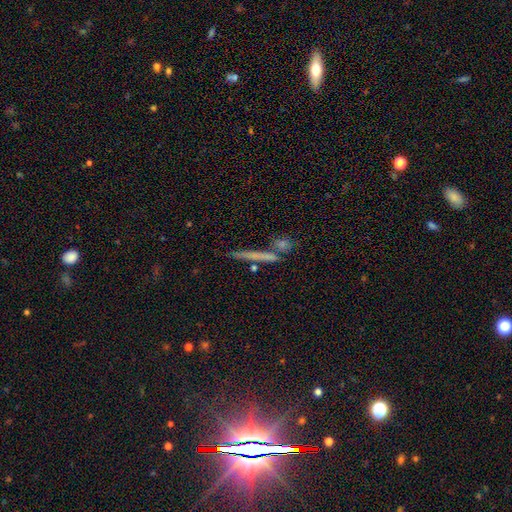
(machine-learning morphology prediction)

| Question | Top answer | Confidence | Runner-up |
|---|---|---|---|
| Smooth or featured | smooth | 49% | featured or disk (40%) |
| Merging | none | 78% | merger (10%) |